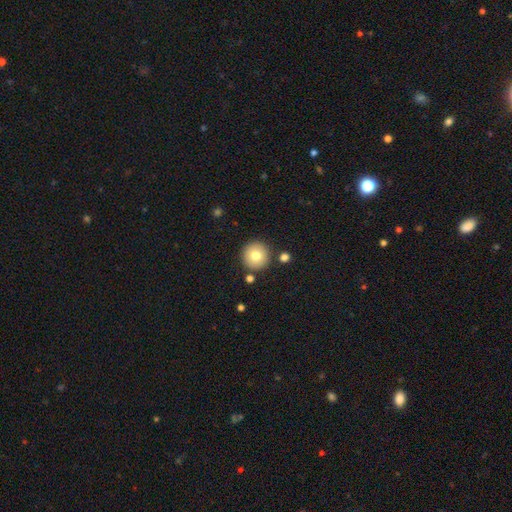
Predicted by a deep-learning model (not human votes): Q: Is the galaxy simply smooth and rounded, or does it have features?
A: smooth — 77%.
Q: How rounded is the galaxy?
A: round — 96%.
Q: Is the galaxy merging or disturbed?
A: none — 87%.